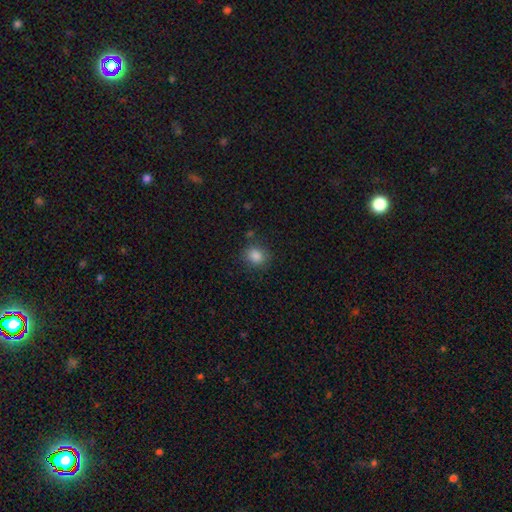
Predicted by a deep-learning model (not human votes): Q: Smooth or featured?
A: smooth (85%); runner-up: star or artifact (10%)
Q: How rounded?
A: round (72%); runner-up: in between (27%)
Q: Merging?
A: none (82%); runner-up: minor disturbance (12%)